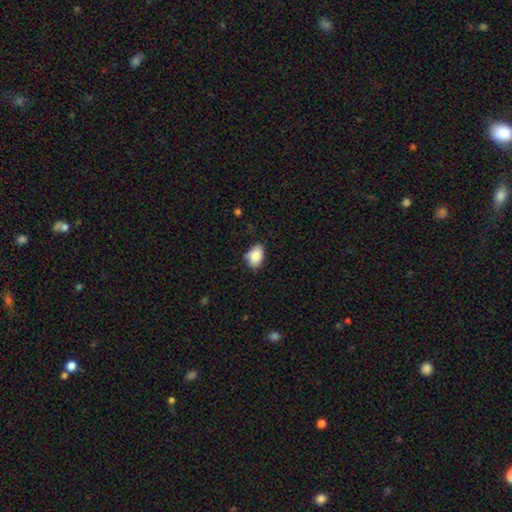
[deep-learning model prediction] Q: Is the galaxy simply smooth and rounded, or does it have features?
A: smooth — 85%.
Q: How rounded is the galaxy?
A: in between — 81%.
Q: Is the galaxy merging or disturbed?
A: none — 70%.